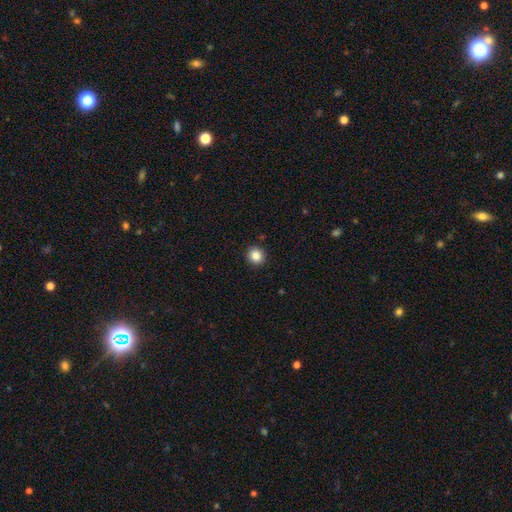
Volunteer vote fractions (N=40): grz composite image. It shows a smooth galaxy with no disk features (90%) that is round (89%). Merging: none (89%).